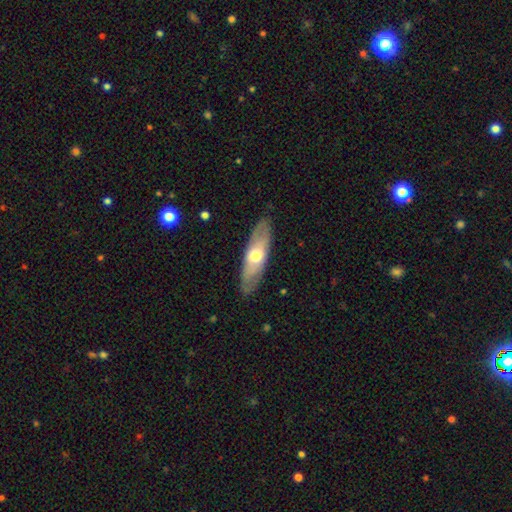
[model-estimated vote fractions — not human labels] Smooth or featured? smooth (49%)
Merging? none (85%)